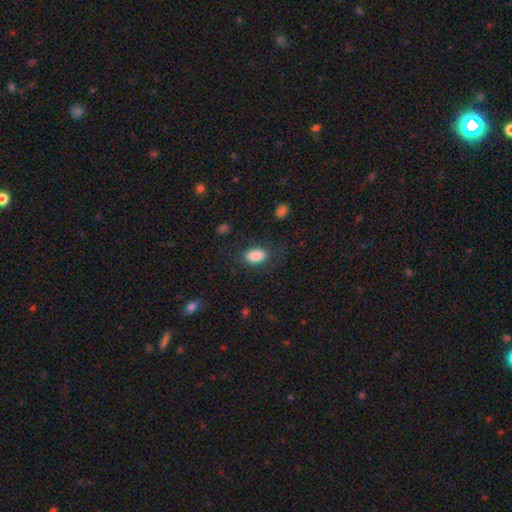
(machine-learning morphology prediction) type=smooth (87%); roundness=in between (91%); merging=none (79%).